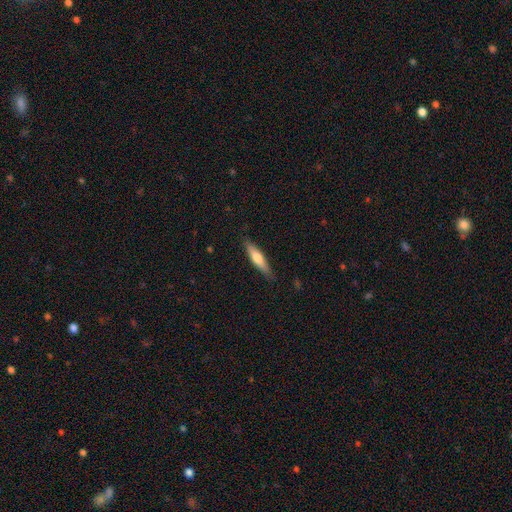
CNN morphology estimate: smooth 55%, featured or disk 39%, star or artifact 6%. Down the decision tree: how rounded — cigar-shaped (81%); merging — none (87%).